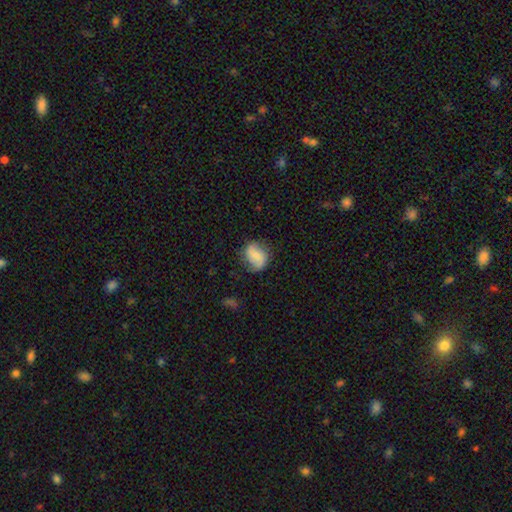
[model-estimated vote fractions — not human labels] A smooth galaxy with no disk features (52%) that is round (52%).

Vote fractions:
- Smooth or featured? smooth: 52% / featured or disk: 39% / star or artifact: 8%
- How rounded? round: 52% / in between: 47% / cigar-shaped: 1%
- Merging? none: 65% / minor disturbance: 24% / major disturbance: 9% / merger: 2%